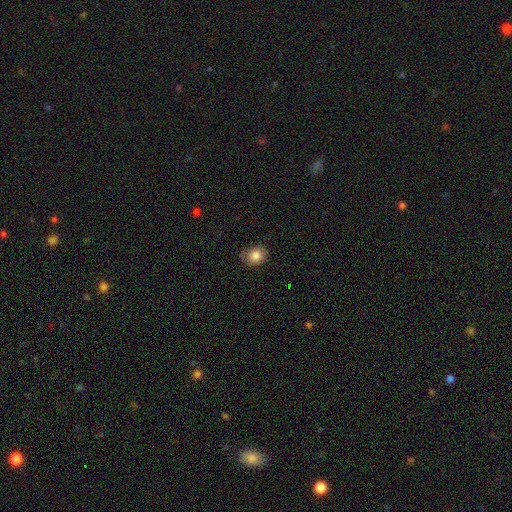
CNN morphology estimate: type=smooth (83%); roundness=round (58%); merging=none (74%).